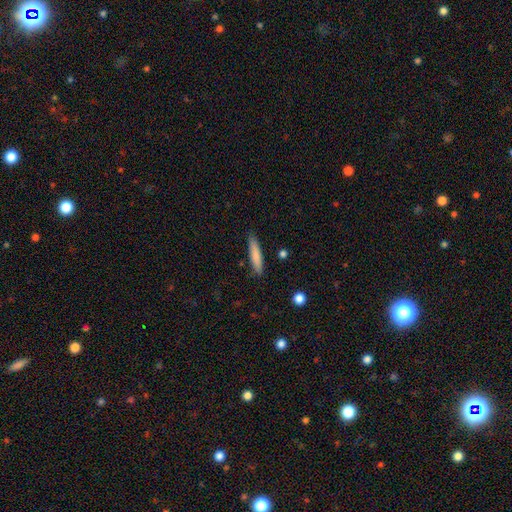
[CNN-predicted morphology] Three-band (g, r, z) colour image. It shows a smooth galaxy with no disk features (79%) that is cigar-shaped (88%). Merging: none (87%).